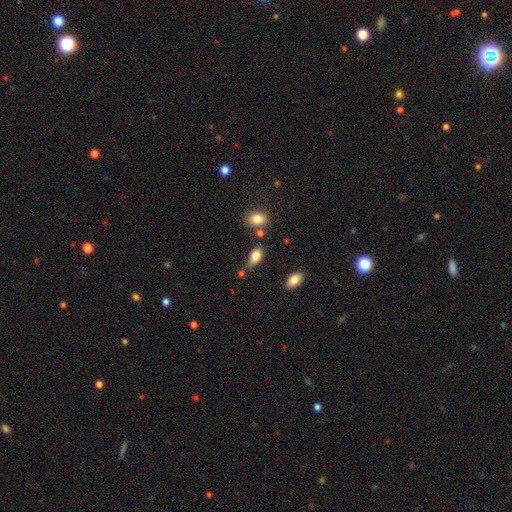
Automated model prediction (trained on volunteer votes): Smooth or featured: smooth — 81% (featured or disk — 11%)
How rounded: in between — 87% (round — 7%)
Merging: none — 53% (minor disturbance — 25%)